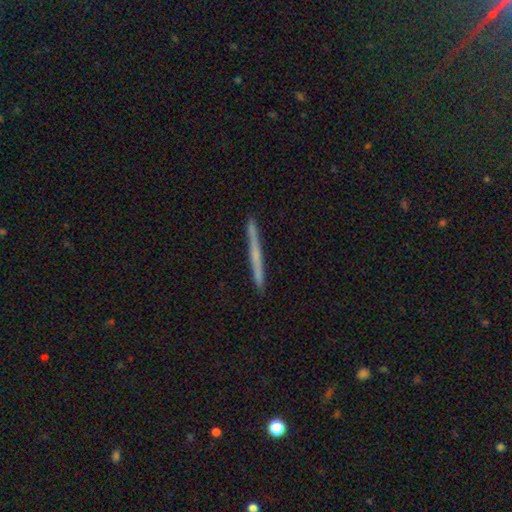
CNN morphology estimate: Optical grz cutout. It shows a featured or disk galaxy (49%). Merging: none (92%).